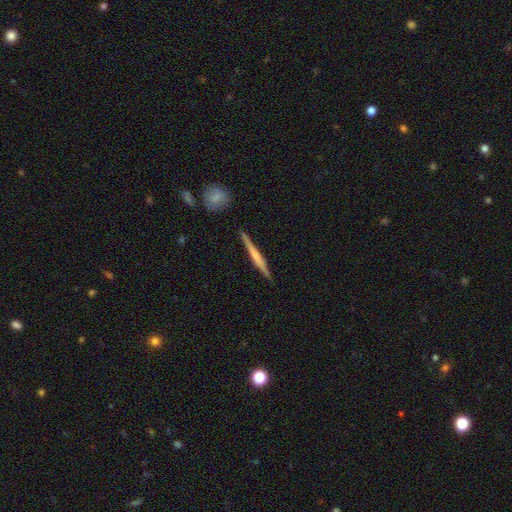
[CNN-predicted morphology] Smooth or featured: featured or disk — 54% (smooth — 41%)
Edge-on disk: yes — 97% (no — 3%)
Edge-on bulge: none — 55% (rounded — 30%)
Merging: none — 89% (minor disturbance — 8%)